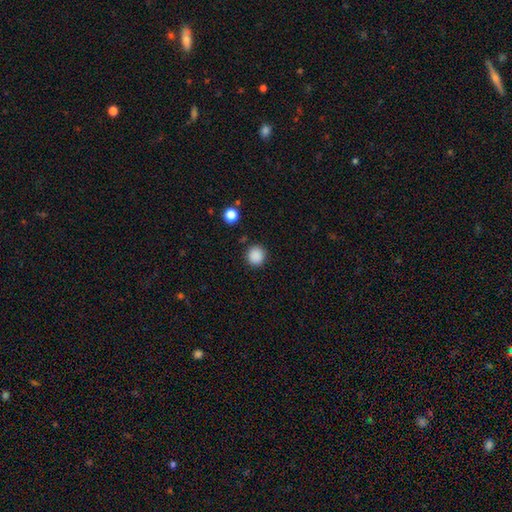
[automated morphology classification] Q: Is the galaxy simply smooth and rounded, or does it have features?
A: smooth — 87%.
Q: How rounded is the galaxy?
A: round — 91%.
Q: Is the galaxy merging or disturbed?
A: none — 89%.